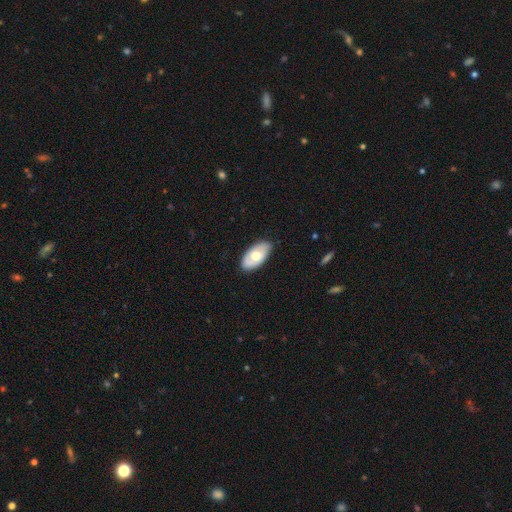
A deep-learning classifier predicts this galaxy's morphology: smooth_or_featured: smooth (p=0.56) [alt: featured or disk p=0.39]
how_rounded: in between (p=0.94) [alt: round p=0.04]
merging: none (p=0.83) [alt: minor disturbance p=0.14]